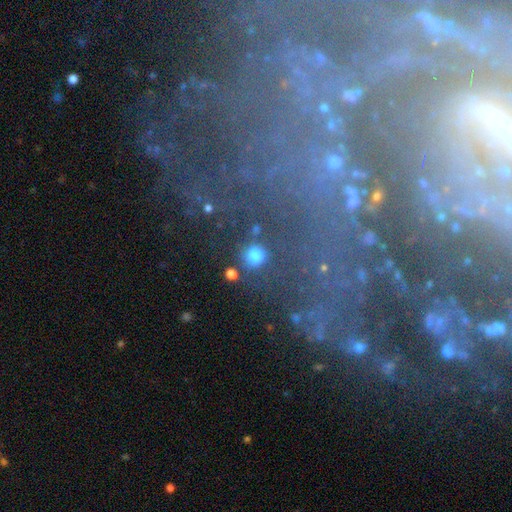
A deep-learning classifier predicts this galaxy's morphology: Smooth or featured: smooth — 76% (star or artifact — 16%)
How rounded: round — 90% (in between — 8%)
Merging: none — 73% (minor disturbance — 11%)